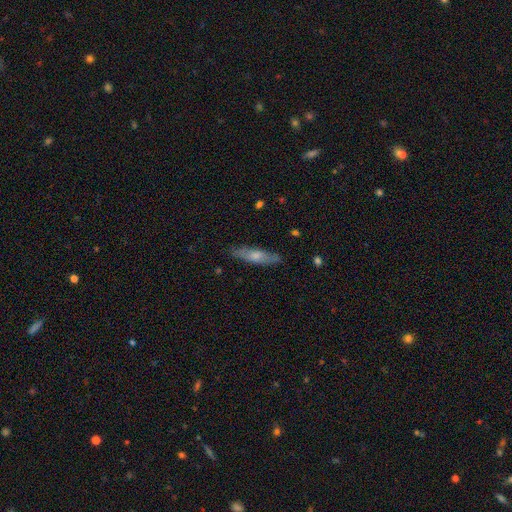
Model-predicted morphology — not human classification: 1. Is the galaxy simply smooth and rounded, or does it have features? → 56% smooth, 38% featured or disk, 6% star or artifact.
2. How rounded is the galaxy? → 75% cigar-shaped, 23% in between, 2% round.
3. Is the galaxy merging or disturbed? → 84% none, 12% minor disturbance, 2% major disturbance, 1% merger.